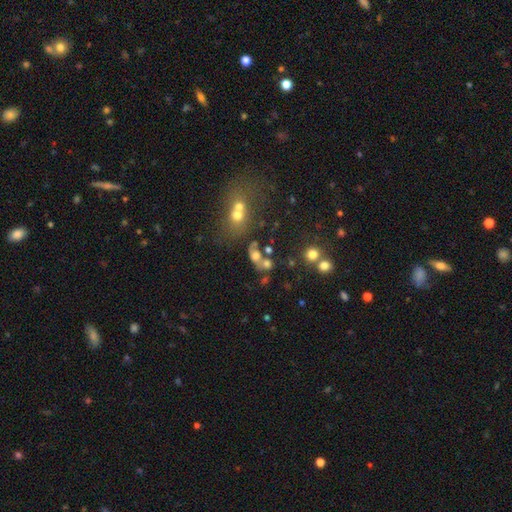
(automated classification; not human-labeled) A smooth galaxy with no disk features (55%) that is in between round and cigar-shaped (65%).

Vote fractions:
- Smooth or featured? smooth: 55% / featured or disk: 27% / star or artifact: 18%
- How rounded? in between: 65% / round: 31% / cigar-shaped: 4%
- Merging? merger: 45% / none: 28% / minor disturbance: 14% / major disturbance: 13%